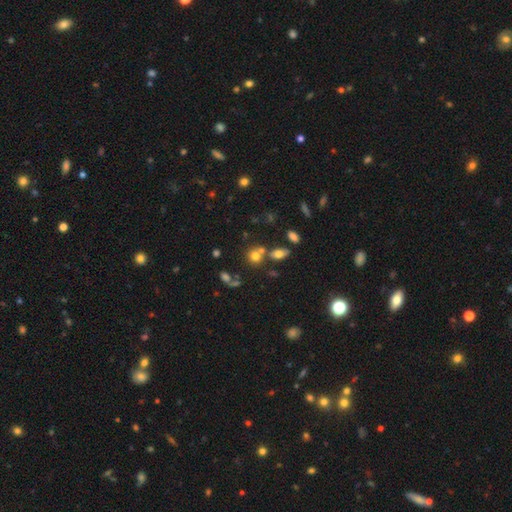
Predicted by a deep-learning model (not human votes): Smooth or featured? Predicted: smooth (p=0.71). How rounded? Predicted: round (p=0.78). Merging? Predicted: none (p=0.54).